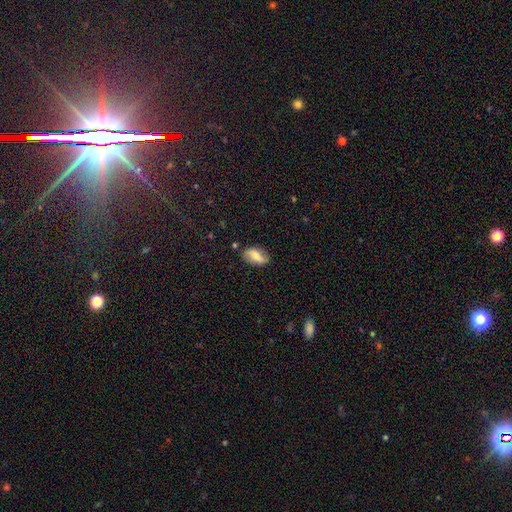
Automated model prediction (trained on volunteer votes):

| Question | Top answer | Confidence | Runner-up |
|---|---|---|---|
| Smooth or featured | featured or disk | 48% | smooth (44%) |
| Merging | none | 82% | minor disturbance (13%) |